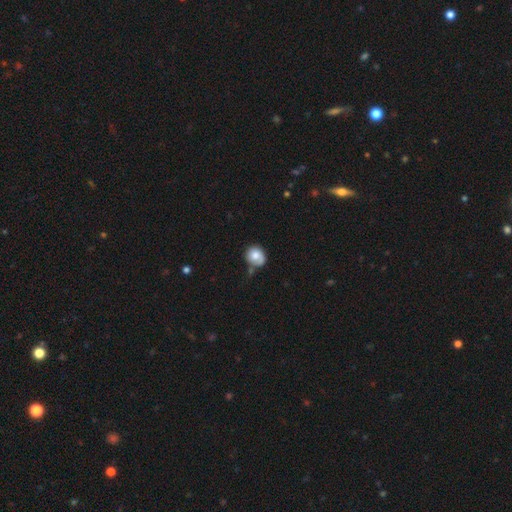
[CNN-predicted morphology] The model was most divided on "merging": none: 53%, minor disturbance: 27%, merger: 13%, major disturbance: 8%. More confident: smooth or featured — smooth (77%); how rounded — round (76%).